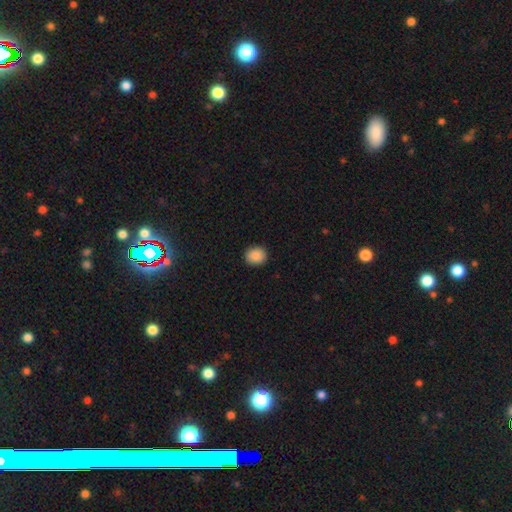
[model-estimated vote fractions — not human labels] This appears to be a smooth galaxy with no disk features (89%) that is round (74%). Merging: none (90%).